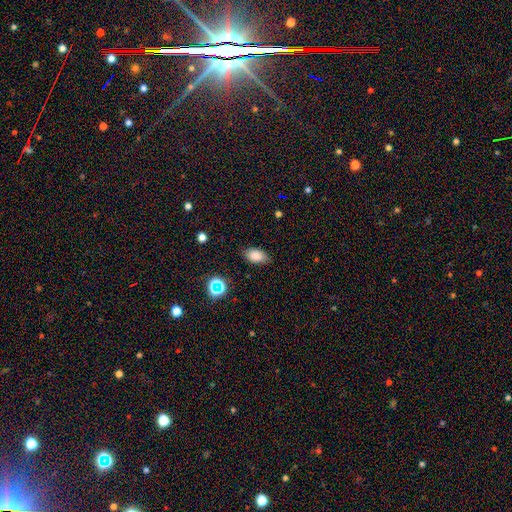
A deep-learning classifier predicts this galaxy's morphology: A smooth galaxy with no disk features (83%) that is in between round and cigar-shaped (90%). Merging: none (83%).